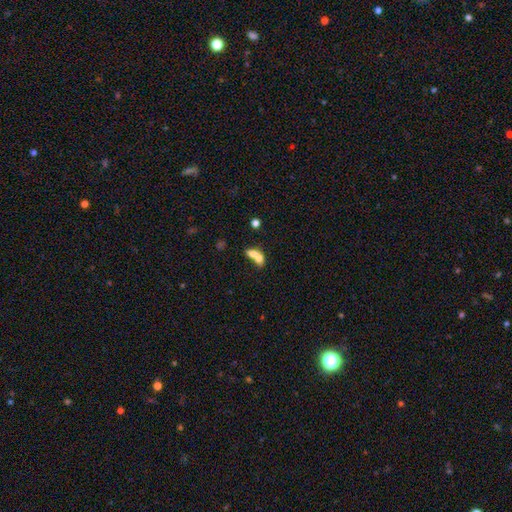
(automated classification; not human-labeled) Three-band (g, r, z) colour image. It shows a smooth galaxy with no disk features (68%) that is in between round and cigar-shaped (68%). Merging: merger (74%).